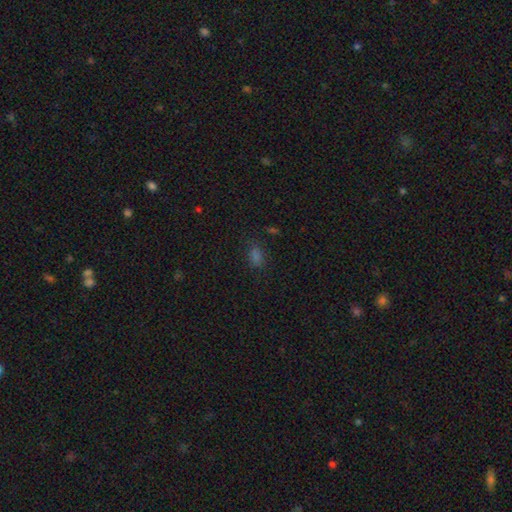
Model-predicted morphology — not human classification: Q: Smooth or featured?
A: smooth (69%); runner-up: star or artifact (26%)
Q: How rounded?
A: in between (81%); runner-up: round (16%)
Q: Merging?
A: none (77%); runner-up: minor disturbance (15%)